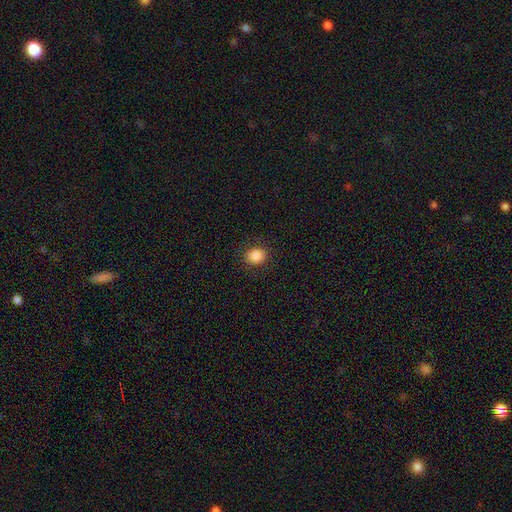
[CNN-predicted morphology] The model was most divided on "how rounded": round: 75%, in between: 24%, cigar-shaped: 1%. More confident: merging — none (90%); smooth or featured — smooth (87%).